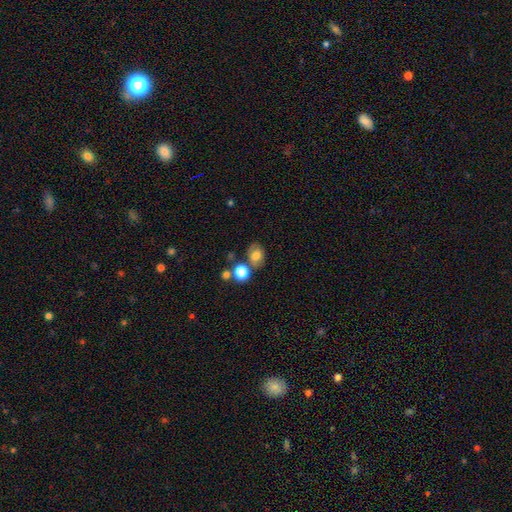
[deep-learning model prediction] Smooth or featured?
  - smooth: 72% *
  - featured or disk: 17%
  - star or artifact: 12%
How rounded?
  - in between: 57% *
  - round: 42%
  - cigar-shaped: 1%
Merging?
  - none: 61% *
  - merger: 17%
  - minor disturbance: 16%
  - major disturbance: 6%